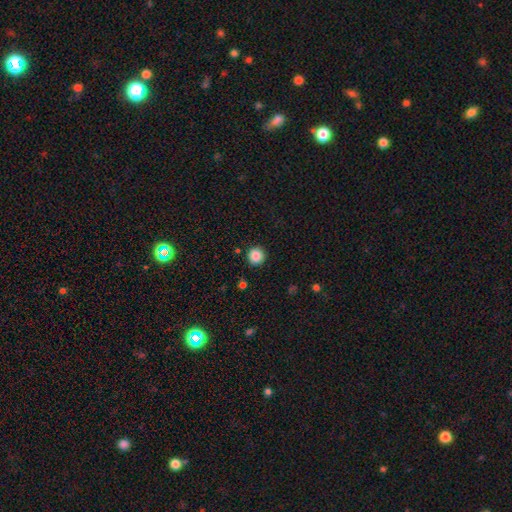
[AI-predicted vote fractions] smooth-or-featured: smooth: 87% | star or artifact: 10% | featured or disk: 3%
  how-rounded: round: 96% | in between: 3% | cigar-shaped: 1%
  merging: none: 92% | minor disturbance: 5% | major disturbance: 2% | merger: 1%